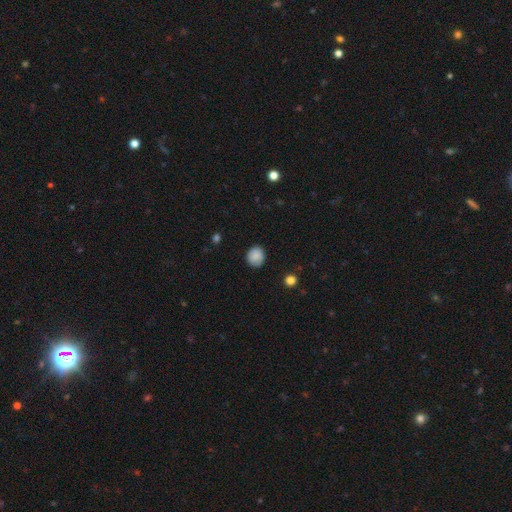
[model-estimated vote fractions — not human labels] Overall: smooth (86%). How rounded: round (76%). Merging: none (82%).